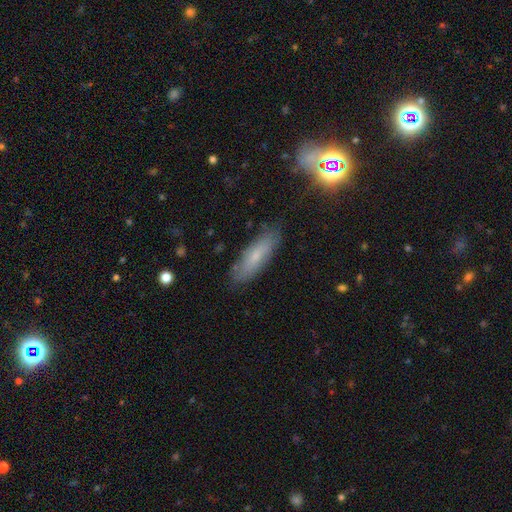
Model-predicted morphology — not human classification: Q: Smooth or featured?
A: smooth (62%); runner-up: featured or disk (29%)
Q: How rounded?
A: in between (50%); runner-up: cigar-shaped (48%)
Q: Merging?
A: none (81%); runner-up: minor disturbance (15%)